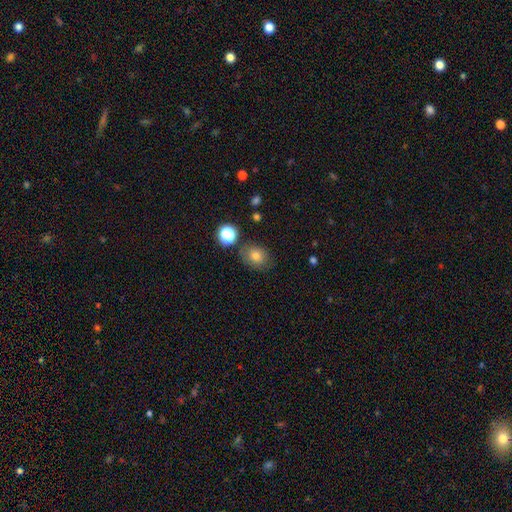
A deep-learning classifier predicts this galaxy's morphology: Q: Smooth or featured?
A: smooth (77%); runner-up: star or artifact (14%)
Q: How rounded?
A: round (61%); runner-up: in between (38%)
Q: Merging?
A: none (77%); runner-up: minor disturbance (14%)